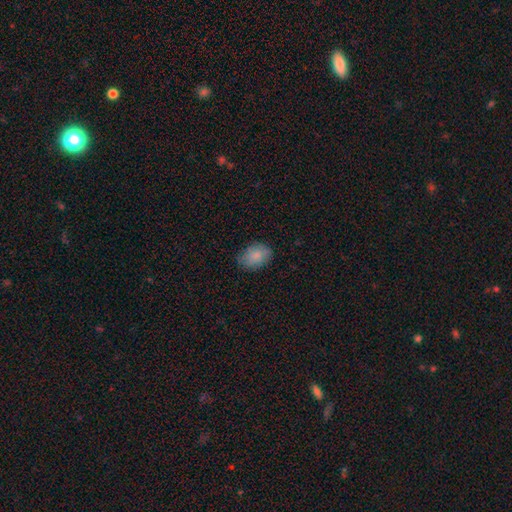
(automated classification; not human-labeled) The model was most divided on "merging": none: 76%, minor disturbance: 19%, major disturbance: 4%, merger: 1%. More confident: smooth or featured — smooth (85%); how rounded — in between (79%).